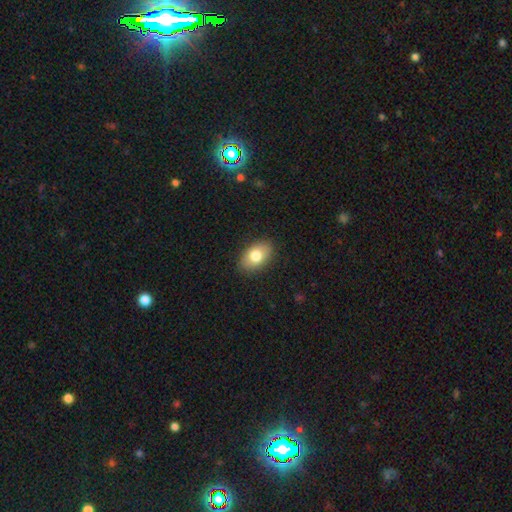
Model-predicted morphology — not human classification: smooth-or-featured: smooth: 79% | featured or disk: 14% | star or artifact: 7%
  how-rounded: in between: 89% | round: 10% | cigar-shaped: 1%
  merging: none: 87% | minor disturbance: 9% | major disturbance: 2% | merger: 1%